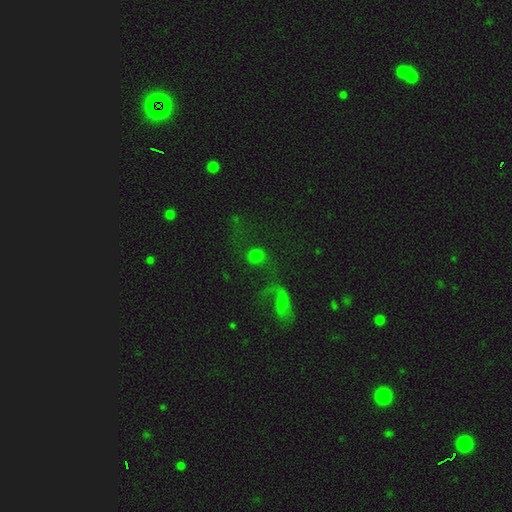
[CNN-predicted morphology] Smooth or featured?
  - smooth: 65% *
  - featured or disk: 17%
  - star or artifact: 17%
How rounded?
  - round: 88% *
  - in between: 10%
  - cigar-shaped: 2%
Merging?
  - none: 64% *
  - major disturbance: 14%
  - merger: 12%
  - minor disturbance: 10%